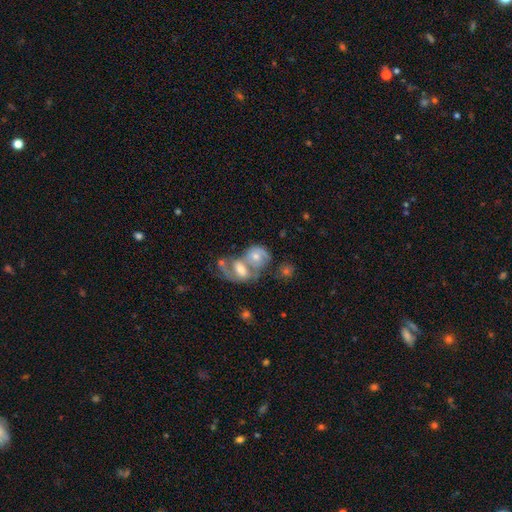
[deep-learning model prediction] Smooth or featured? featured or disk (56%)
Edge-on disk? no (96%)
Bar? no (60%)
Spiral arms? yes (69%)
Bulge size? moderate (64%)
Merging? merger (76%)